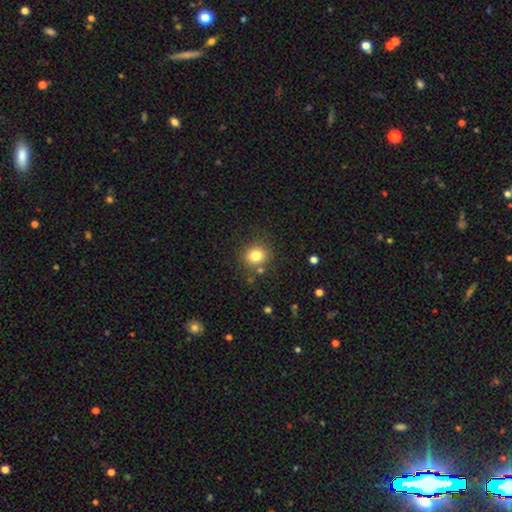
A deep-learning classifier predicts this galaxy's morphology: smooth_or_featured: smooth (p=0.81) [alt: star or artifact p=0.12]
how_rounded: round (p=0.84) [alt: in between p=0.15]
merging: none (p=0.81) [alt: minor disturbance p=0.10]